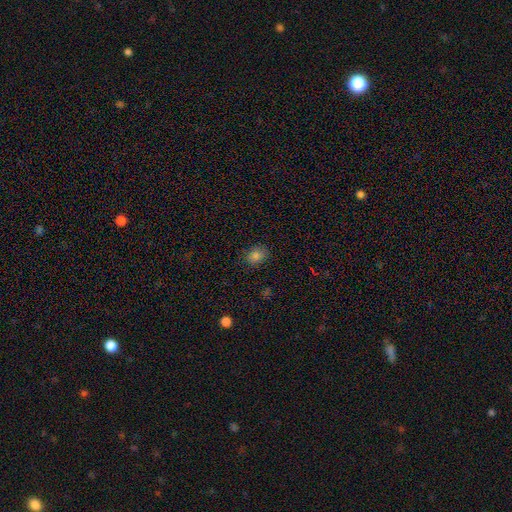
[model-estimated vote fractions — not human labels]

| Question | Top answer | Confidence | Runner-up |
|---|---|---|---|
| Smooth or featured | smooth | 82% | star or artifact (12%) |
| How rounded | in between | 57% | round (42%) |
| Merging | none | 85% | minor disturbance (11%) |